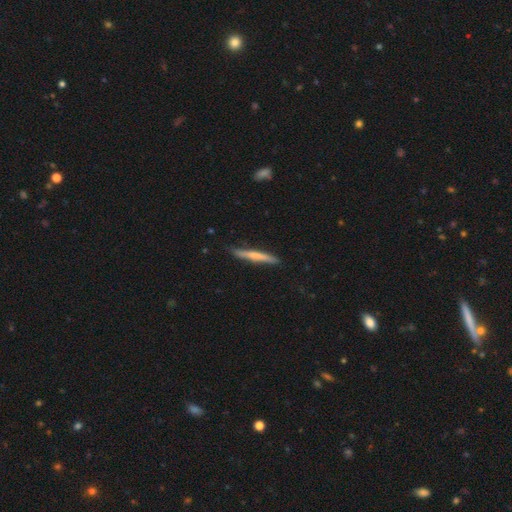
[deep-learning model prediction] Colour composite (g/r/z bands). It shows a smooth galaxy with no disk features (61%) that is cigar-shaped (96%). Merging: none (83%).